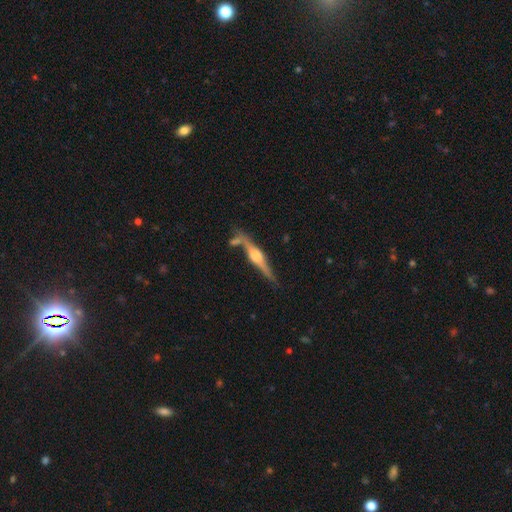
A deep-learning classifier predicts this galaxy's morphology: featured or disk 80%, smooth 14%, star or artifact 6%. Down the decision tree: edge-on disk — yes (97%); edge-on bulge — rounded (89%); merging — none (72%).